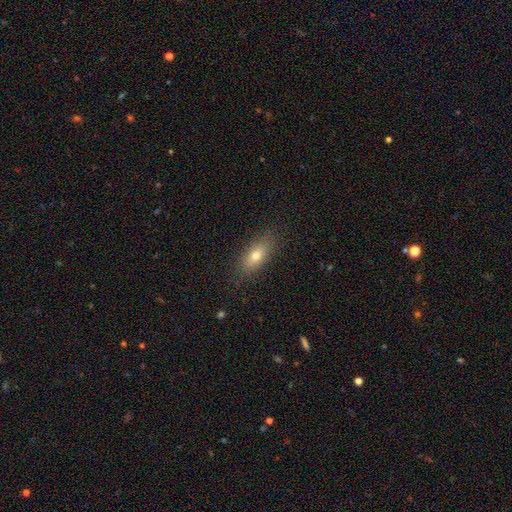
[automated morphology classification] type=smooth (73%); roundness=in between (78%); merging=none (86%).